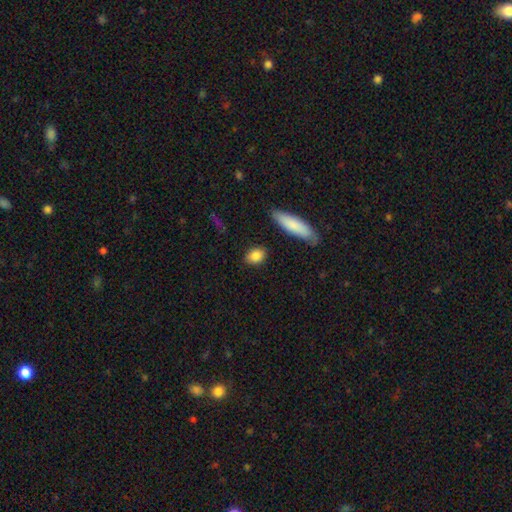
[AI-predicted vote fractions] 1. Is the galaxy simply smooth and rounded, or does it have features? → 86% smooth, 7% star or artifact, 7% featured or disk.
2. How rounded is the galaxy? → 72% in between, 23% round, 5% cigar-shaped.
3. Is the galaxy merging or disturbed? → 85% none, 10% minor disturbance, 3% major disturbance, 2% merger.